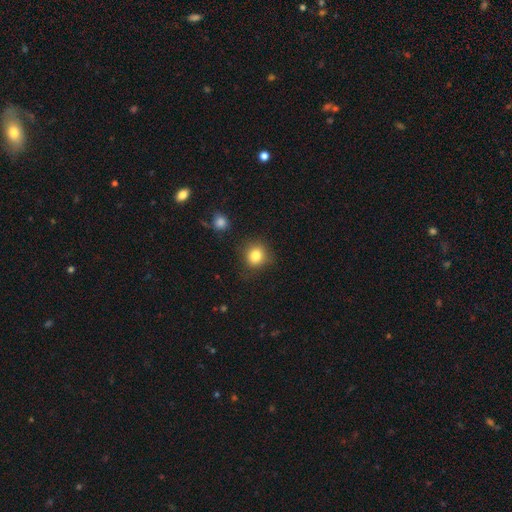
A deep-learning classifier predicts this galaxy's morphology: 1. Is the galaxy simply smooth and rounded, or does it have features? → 82% smooth, 11% star or artifact, 7% featured or disk.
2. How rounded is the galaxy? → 84% round, 15% in between, 1% cigar-shaped.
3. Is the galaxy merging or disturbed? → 83% none, 12% minor disturbance, 3% major disturbance, 2% merger.